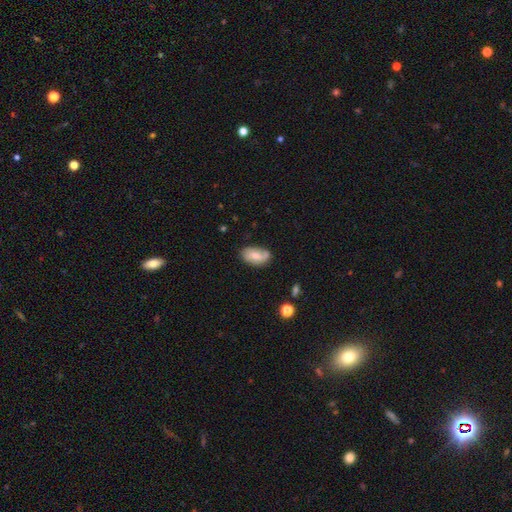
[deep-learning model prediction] Morphology: type=smooth (56%); roundness=in between (92%); merging=none (60%).